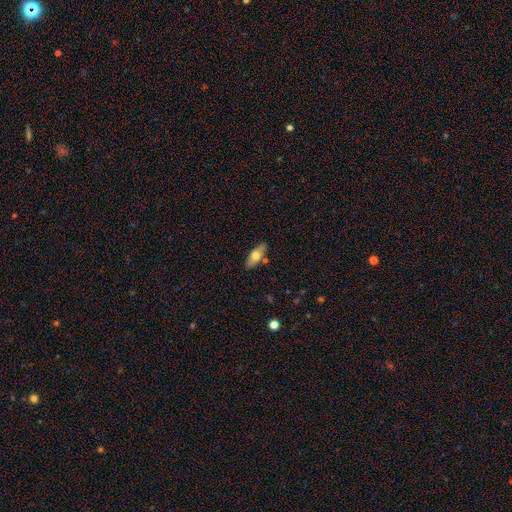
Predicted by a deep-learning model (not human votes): Smooth or featured?
  - smooth: 61% *
  - featured or disk: 32%
  - star or artifact: 6%
How rounded?
  - in between: 70% *
  - cigar-shaped: 27%
  - round: 3%
Merging?
  - none: 80% *
  - minor disturbance: 12%
  - merger: 5%
  - major disturbance: 2%